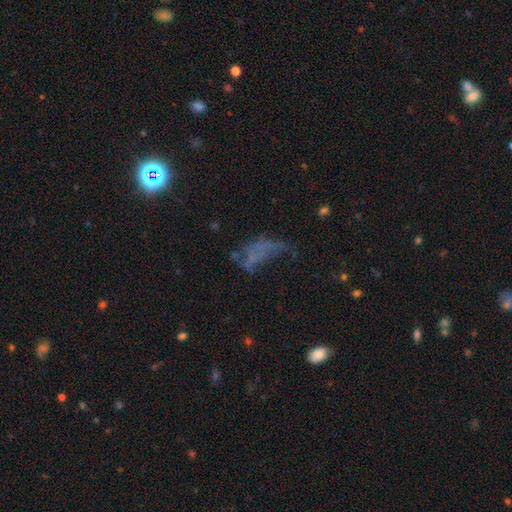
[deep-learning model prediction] Morphology: type=featured or disk (39%); merging=major disturbance (42%).